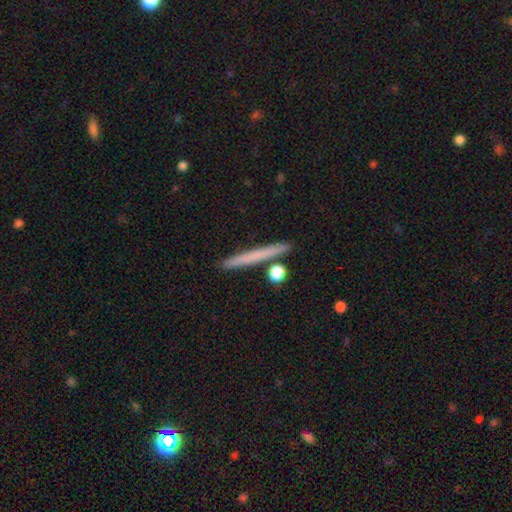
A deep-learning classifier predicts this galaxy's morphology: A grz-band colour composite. It shows a smooth galaxy with no disk features (63%) that is cigar-shaped (96%). Merging: none (88%).